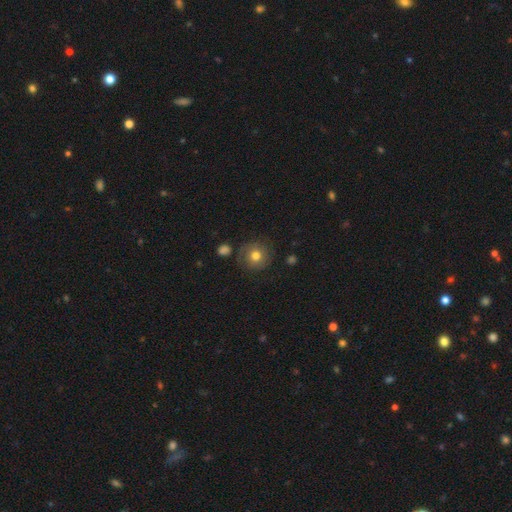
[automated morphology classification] The model was most divided on "smooth or featured": smooth: 68%, featured or disk: 21%, star or artifact: 11%. More confident: how rounded — round (92%); merging — none (80%).